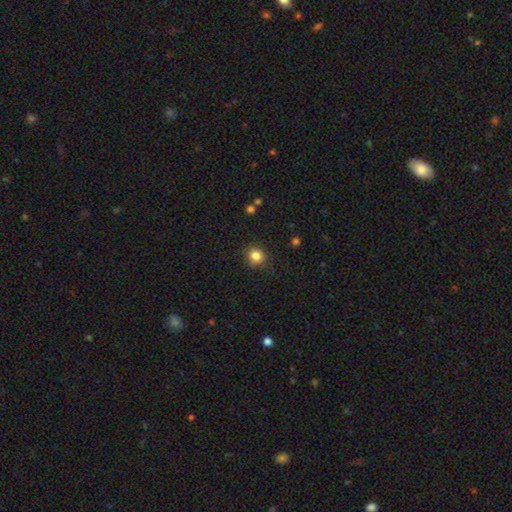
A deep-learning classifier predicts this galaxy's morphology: smooth 83%, star or artifact 12%, featured or disk 5%. Down the decision tree: how rounded — round (89%); merging — none (85%).